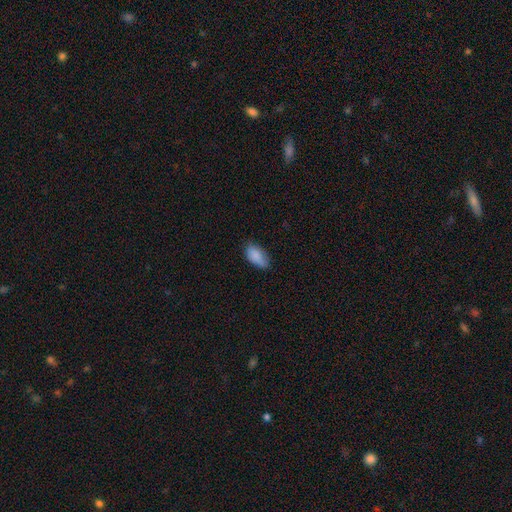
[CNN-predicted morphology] smooth 87%, star or artifact 7%, featured or disk 6%. Down the decision tree: how rounded — in between (93%); merging — none (68%).